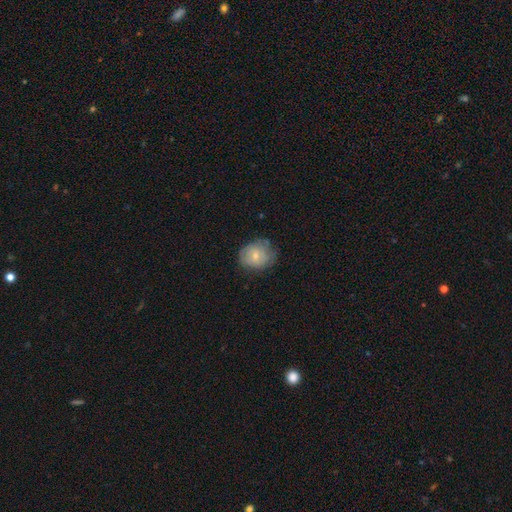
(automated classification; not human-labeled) smooth 63%, featured or disk 29%, star or artifact 8%. Down the decision tree: how rounded — round (63%); merging — none (59%).